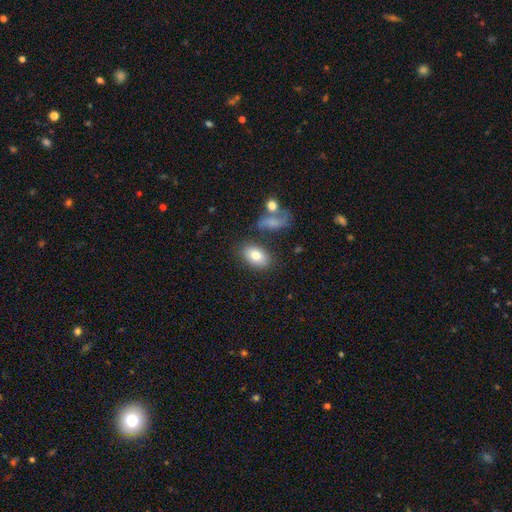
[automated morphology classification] smooth-or-featured: smooth: 77% | featured or disk: 15% | star or artifact: 8%
  how-rounded: in between: 87% | round: 11% | cigar-shaped: 2%
  merging: none: 75% | minor disturbance: 13% | merger: 7% | major disturbance: 5%